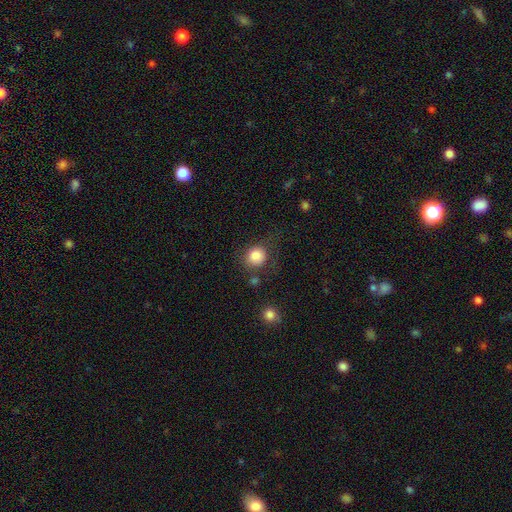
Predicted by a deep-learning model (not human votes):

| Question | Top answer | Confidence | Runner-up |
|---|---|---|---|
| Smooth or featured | smooth | 84% | star or artifact (10%) |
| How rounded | round | 84% | in between (15%) |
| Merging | none | 70% | minor disturbance (16%) |